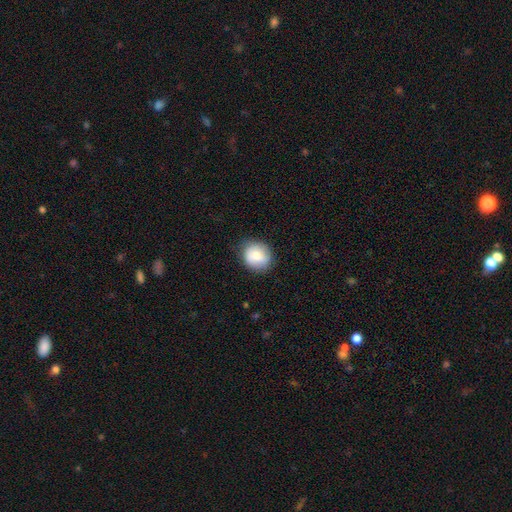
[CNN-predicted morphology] A smooth galaxy with no disk features (81%) that is round (73%). Merging: none (78%).